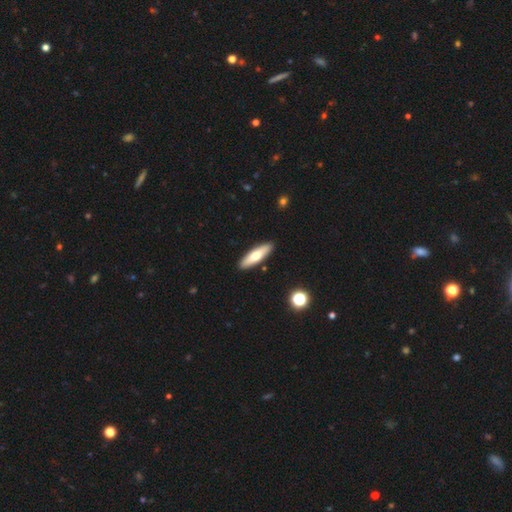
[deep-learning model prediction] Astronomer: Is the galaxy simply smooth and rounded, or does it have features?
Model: smooth — 61%.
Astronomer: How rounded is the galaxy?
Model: cigar-shaped — 65%.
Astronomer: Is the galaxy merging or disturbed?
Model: none — 90%.